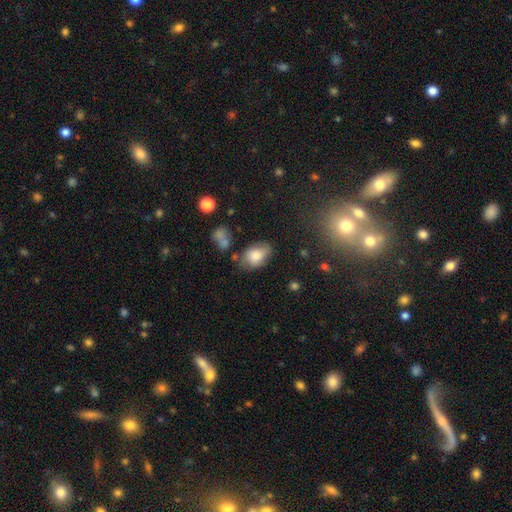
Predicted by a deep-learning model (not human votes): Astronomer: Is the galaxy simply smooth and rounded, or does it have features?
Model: smooth — 77%.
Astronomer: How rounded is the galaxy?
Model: in between — 86%.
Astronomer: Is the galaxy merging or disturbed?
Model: none — 59%.